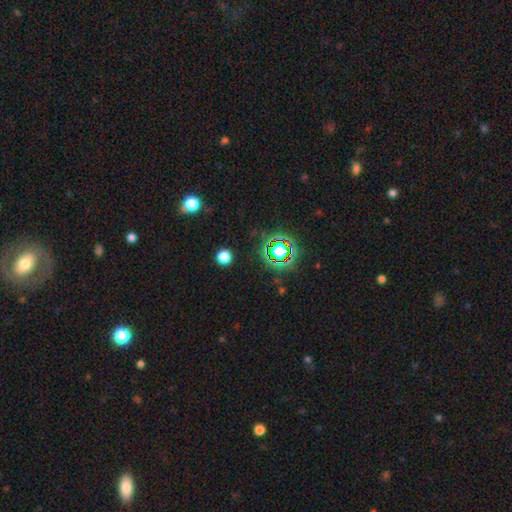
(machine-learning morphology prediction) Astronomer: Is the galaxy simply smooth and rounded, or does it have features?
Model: star or artifact — 75%.